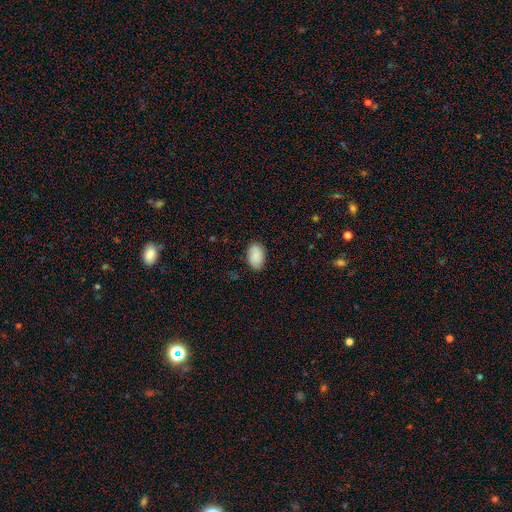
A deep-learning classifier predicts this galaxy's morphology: type=smooth (83%); roundness=in between (91%); merging=none (82%).